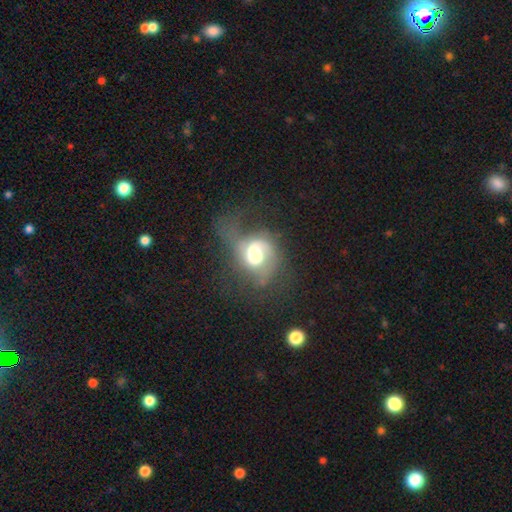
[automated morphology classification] This is likely a featured or disk galaxy (65%). It is clearly not viewed edge-on (97%). Bar: possibly no (49%). Spiral arm pattern: clearly yes (85%). Spiral arm count: possibly 1 (46%). Spiral winding: marginally loose (43%). Central bulge: marginally large (42%). Merging: possibly major disturbance (47%).